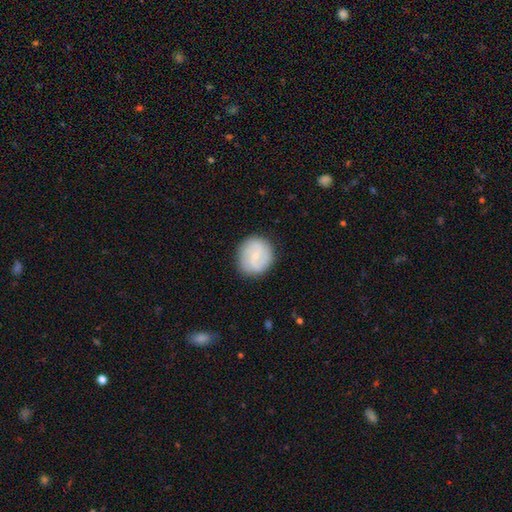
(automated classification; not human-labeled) Morphology: type=featured or disk (61%); edge-on=no (98%); bar=weak (48%); spiral arms=yes (88%); winding=medium (44%); arm count=2 (67%); bulge=small (72%); merging=none (85%).